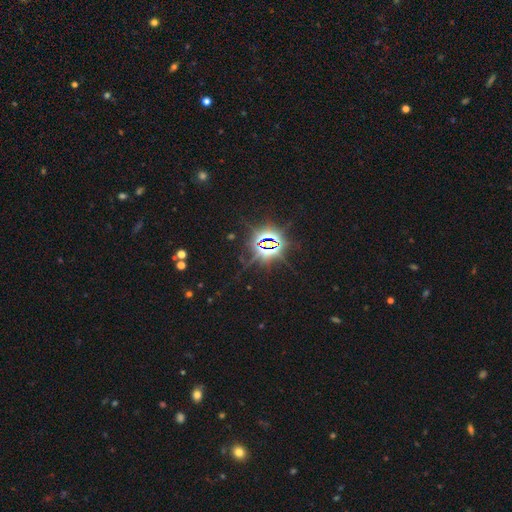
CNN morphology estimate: Q: Smooth or featured?
A: star or artifact (84%); runner-up: smooth (9%)